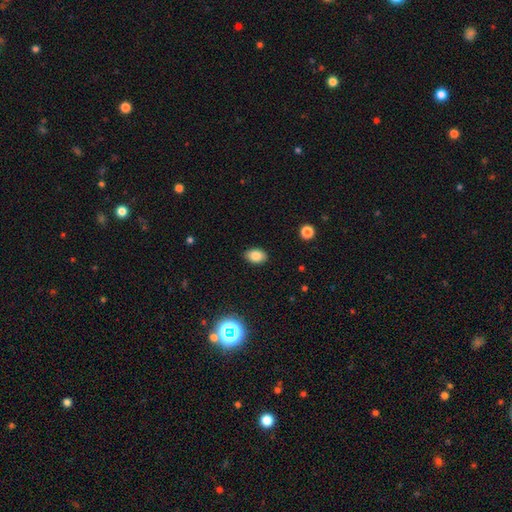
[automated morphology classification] This is clearly a smooth galaxy (84%). How rounded: clearly in between (83%). Merging: clearly none (88%).